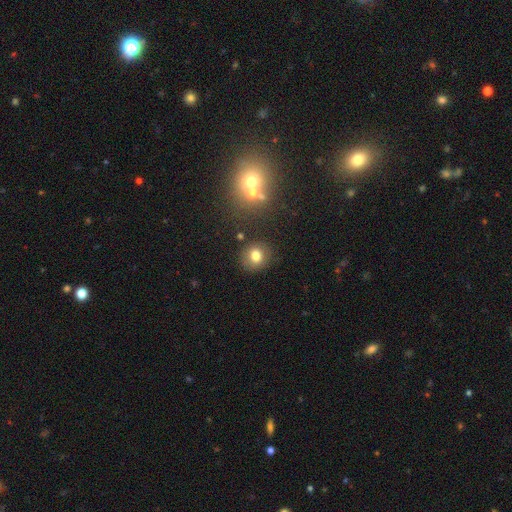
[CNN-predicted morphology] This appears to be a smooth galaxy with no disk features (76%) that is round (85%). Merging: none (84%).